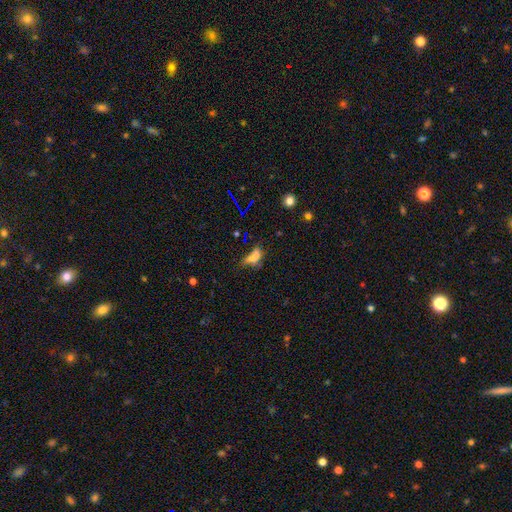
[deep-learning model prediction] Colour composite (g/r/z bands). It shows a smooth galaxy with no disk features (56%) that is in between round and cigar-shaped (63%). Merging: none (30%).